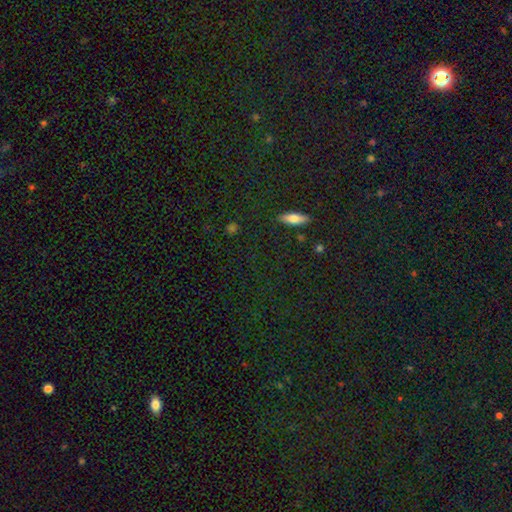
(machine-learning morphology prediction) A star or artifact, not a galaxy (60%).